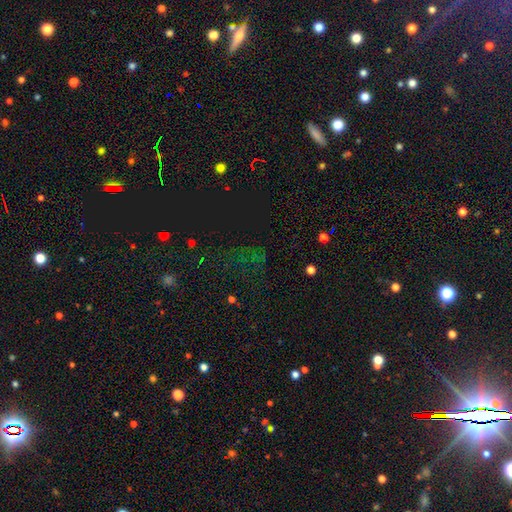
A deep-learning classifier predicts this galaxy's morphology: A star or artifact, not a galaxy (64%).